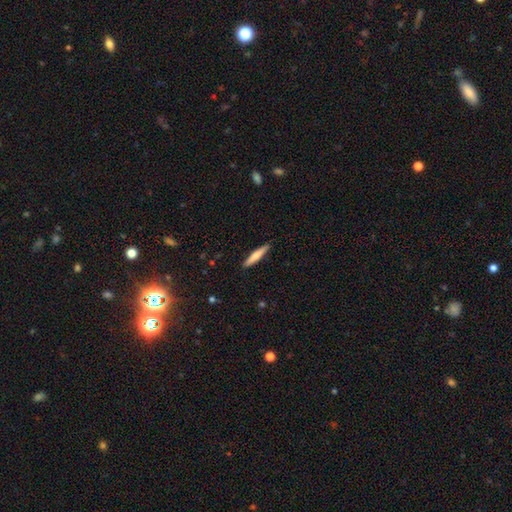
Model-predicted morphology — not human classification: This is likely a smooth galaxy (65%). How rounded: clearly cigar-shaped (91%). Merging: clearly none (90%).